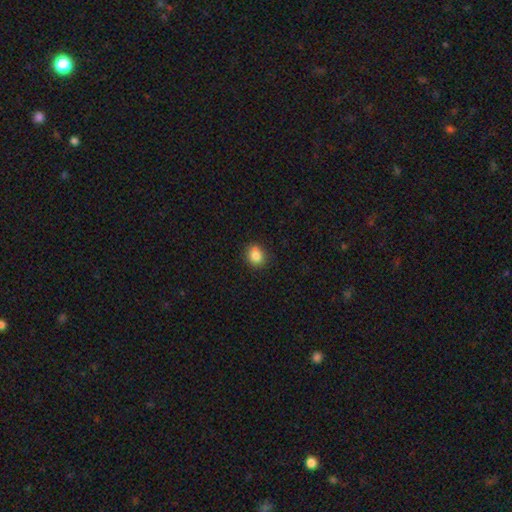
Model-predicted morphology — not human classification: Smooth or featured?
  - smooth: 84% *
  - star or artifact: 10%
  - featured or disk: 6%
How rounded?
  - round: 67% *
  - in between: 32%
  - cigar-shaped: 1%
Merging?
  - none: 82% *
  - minor disturbance: 14%
  - major disturbance: 3%
  - merger: 2%